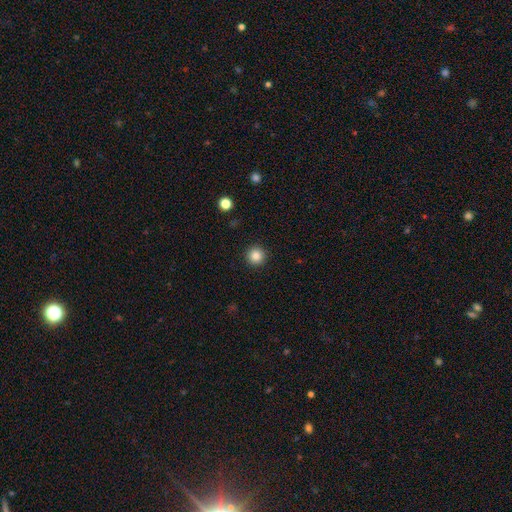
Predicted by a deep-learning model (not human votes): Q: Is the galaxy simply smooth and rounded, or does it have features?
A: smooth — 85%.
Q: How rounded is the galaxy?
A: round — 96%.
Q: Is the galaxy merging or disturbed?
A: none — 93%.